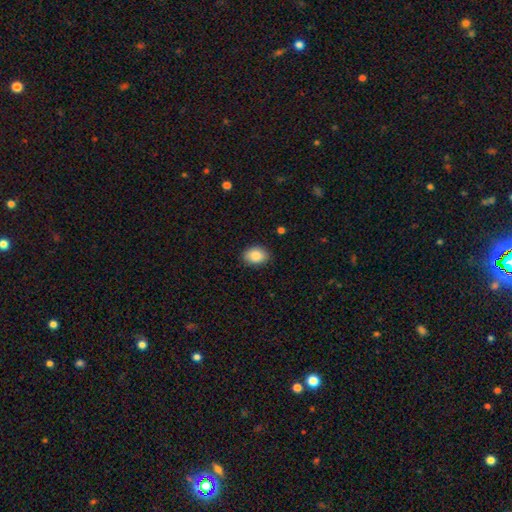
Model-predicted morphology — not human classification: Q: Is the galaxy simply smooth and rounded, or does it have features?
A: smooth — 88%.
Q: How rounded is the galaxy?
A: in between — 74%.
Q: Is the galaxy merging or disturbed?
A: none — 87%.